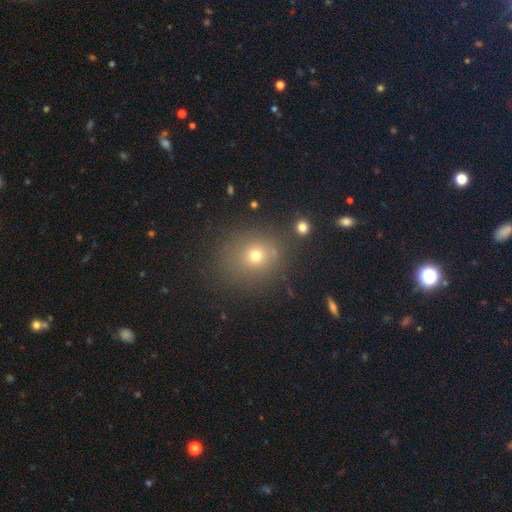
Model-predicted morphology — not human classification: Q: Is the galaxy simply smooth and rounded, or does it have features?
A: smooth — 68%.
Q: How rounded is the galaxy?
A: round — 73%.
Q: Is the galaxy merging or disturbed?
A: none — 78%.